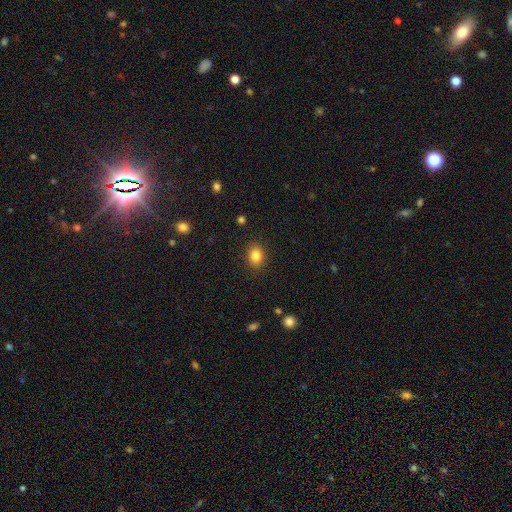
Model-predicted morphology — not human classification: smooth_or_featured: smooth (p=0.84) [alt: star or artifact p=0.10]
how_rounded: in between (p=0.53) [alt: round p=0.46]
merging: none (p=0.89) [alt: minor disturbance p=0.08]